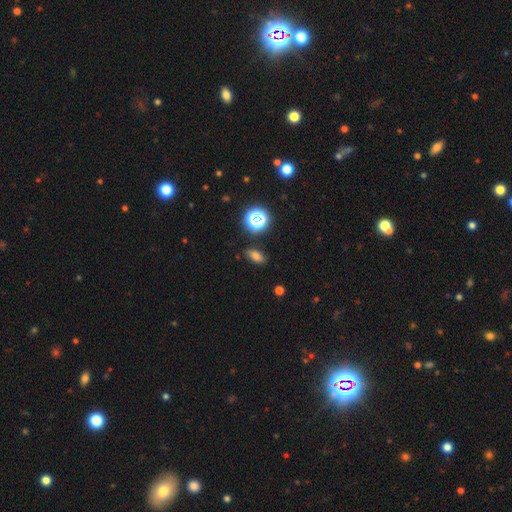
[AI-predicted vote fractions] Morphology: type=smooth (71%); roundness=in between (80%); merging=none (84%).